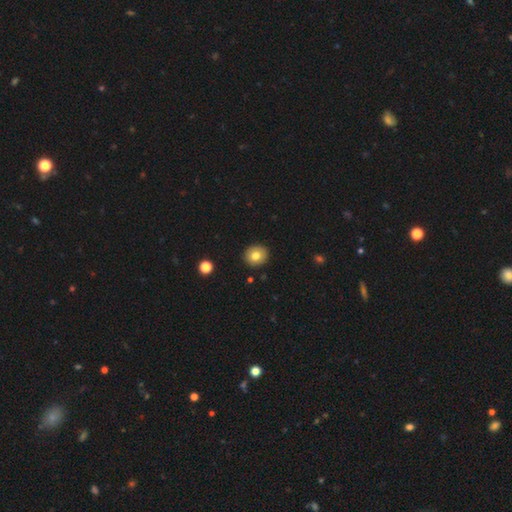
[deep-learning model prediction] Overall: smooth (79%). How rounded: round (82%). Merging: none (91%).